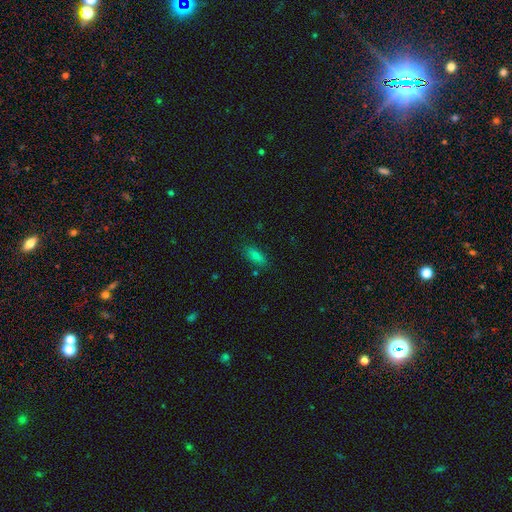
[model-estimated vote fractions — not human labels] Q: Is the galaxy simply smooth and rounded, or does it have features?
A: smooth — 69%.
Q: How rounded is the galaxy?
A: in between — 66%.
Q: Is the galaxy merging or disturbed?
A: none — 83%.